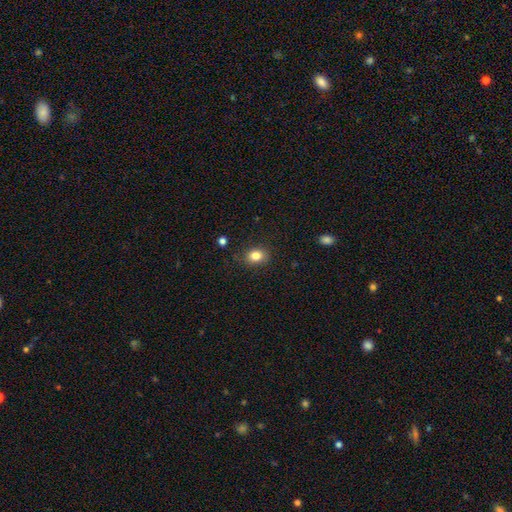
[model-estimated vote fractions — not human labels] The model was most divided on "how rounded": in between: 55%, round: 44%, cigar-shaped: 1%. More confident: merging — none (83%); smooth or featured — smooth (83%).